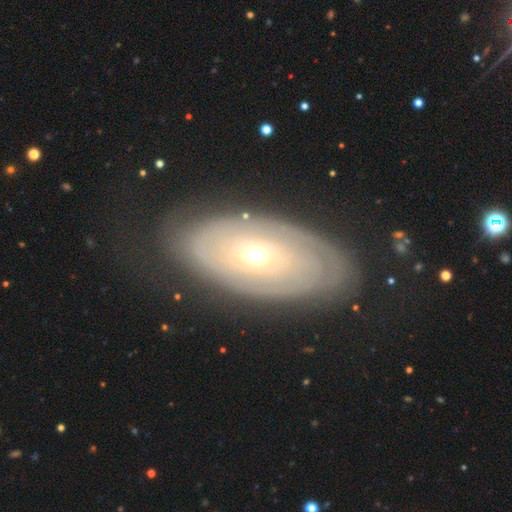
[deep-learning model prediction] Q: Smooth or featured?
A: featured or disk (71%); runner-up: smooth (21%)
Q: Edge-on disk?
A: no (90%); runner-up: yes (10%)
Q: Bar?
A: no (84%); runner-up: weak (12%)
Q: Spiral arms?
A: yes (70%); runner-up: no (30%)
Q: Bulge size?
A: small (61%); runner-up: moderate (35%)
Q: Merging?
A: none (78%); runner-up: minor disturbance (15%)